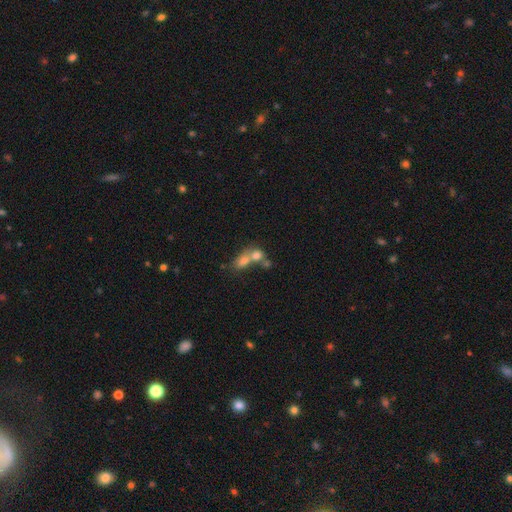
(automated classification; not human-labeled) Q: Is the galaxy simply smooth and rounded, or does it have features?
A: smooth — 69%.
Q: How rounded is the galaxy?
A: in between — 54%.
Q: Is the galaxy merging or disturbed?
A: merger — 71%.